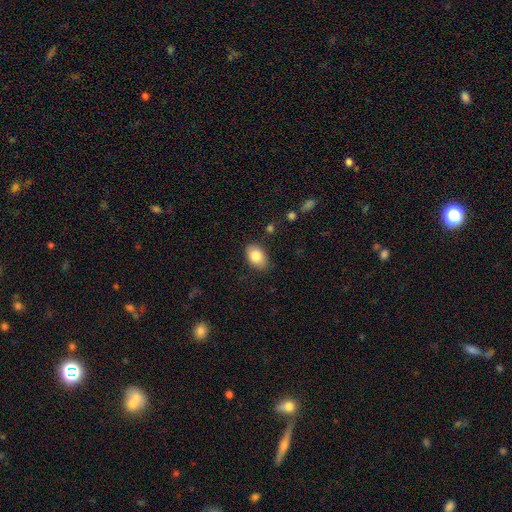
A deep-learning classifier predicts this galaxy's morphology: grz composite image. It shows a smooth galaxy with no disk features (83%) that is in between round and cigar-shaped (87%). Merging: none (82%).